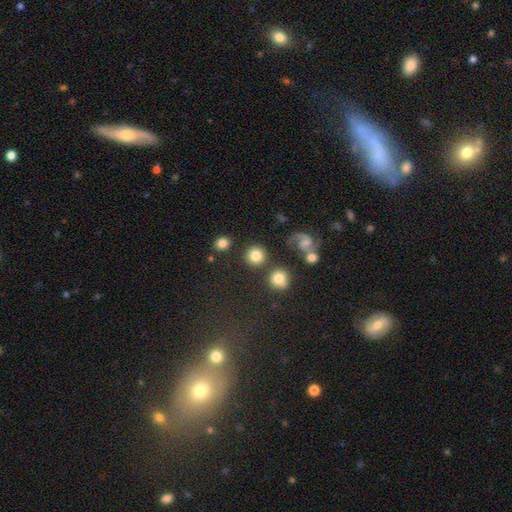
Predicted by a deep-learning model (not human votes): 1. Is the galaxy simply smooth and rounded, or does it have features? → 80% smooth, 10% featured or disk, 10% star or artifact.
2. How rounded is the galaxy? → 93% round, 6% in between, 1% cigar-shaped.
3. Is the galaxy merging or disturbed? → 84% none, 7% minor disturbance, 5% merger, 4% major disturbance.